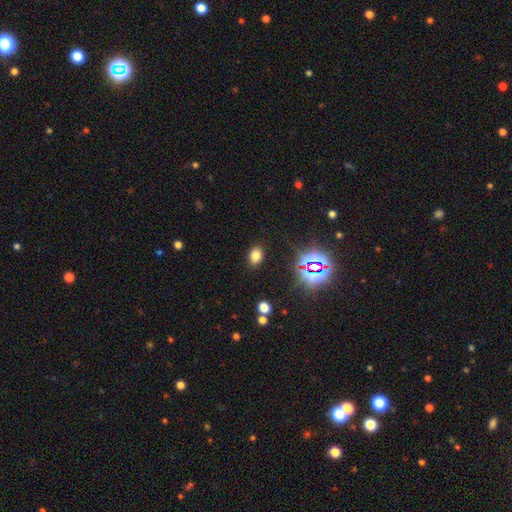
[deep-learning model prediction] smooth-or-featured: smooth: 73% | star or artifact: 20% | featured or disk: 7%
  how-rounded: in between: 70% | round: 29% | cigar-shaped: 1%
  merging: none: 87% | minor disturbance: 8% | major disturbance: 3% | merger: 2%